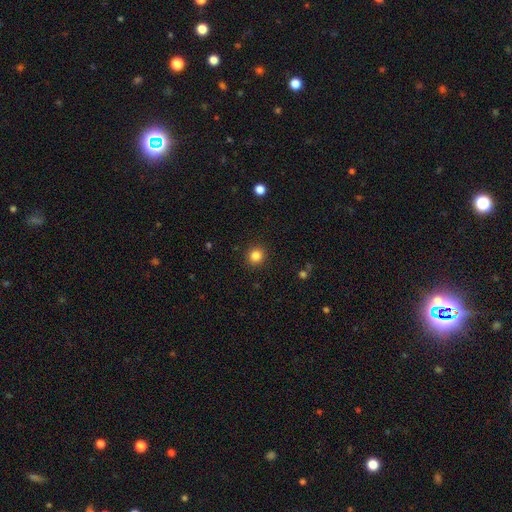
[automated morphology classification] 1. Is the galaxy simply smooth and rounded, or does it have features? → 84% smooth, 12% star or artifact, 5% featured or disk.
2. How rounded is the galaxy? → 90% round, 9% in between, 1% cigar-shaped.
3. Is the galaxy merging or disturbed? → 91% none, 6% minor disturbance, 2% major disturbance, 1% merger.